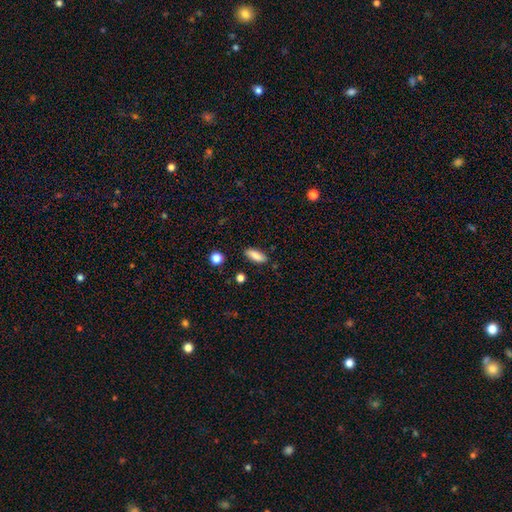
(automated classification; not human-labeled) This is clearly a smooth galaxy (86%). How rounded: likely in between (72%). Merging: clearly none (85%).